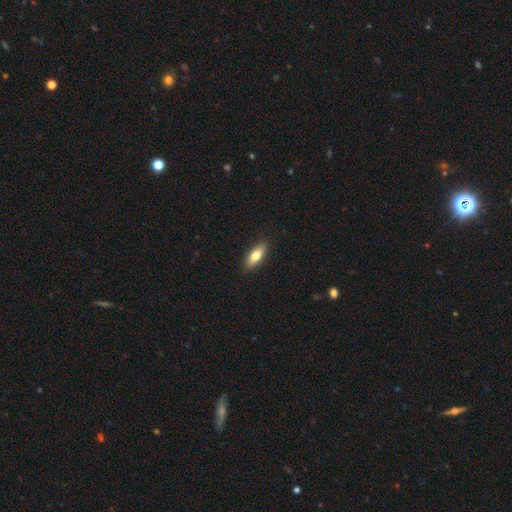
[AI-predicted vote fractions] This appears to be a smooth galaxy with no disk features (71%) that is in between round and cigar-shaped (67%). Merging: none (89%).